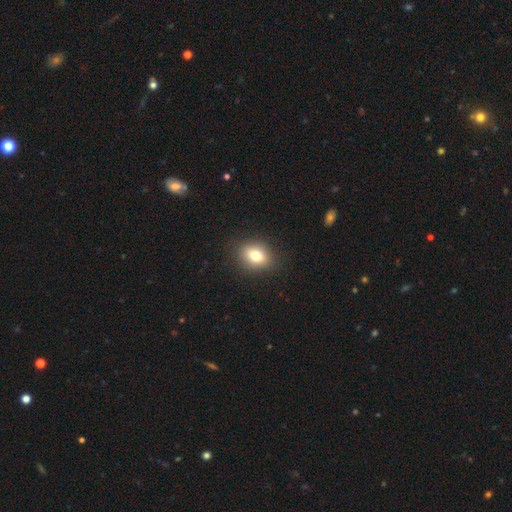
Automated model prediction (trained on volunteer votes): smooth 77%, featured or disk 12%, star or artifact 11%. Down the decision tree: how rounded — in between (56%); merging — none (88%).